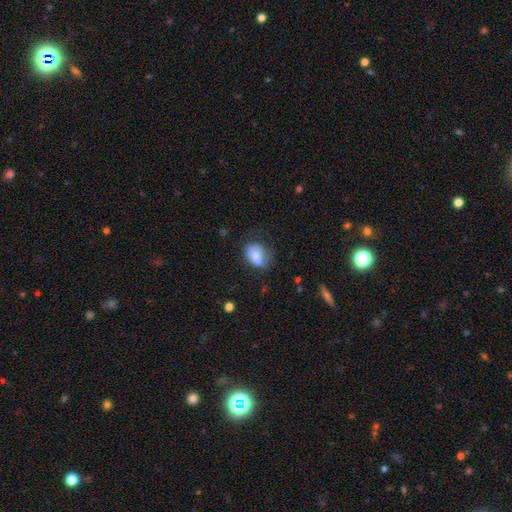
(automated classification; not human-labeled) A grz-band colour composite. It shows a smooth galaxy with no disk features (78%) that is in between round and cigar-shaped (73%). Merging: none (58%).